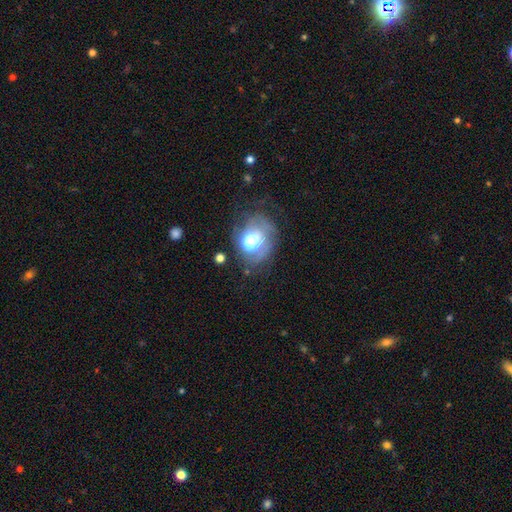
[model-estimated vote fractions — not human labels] A featured or disk galaxy (41%, tied with smooth). Merging: none (55%).